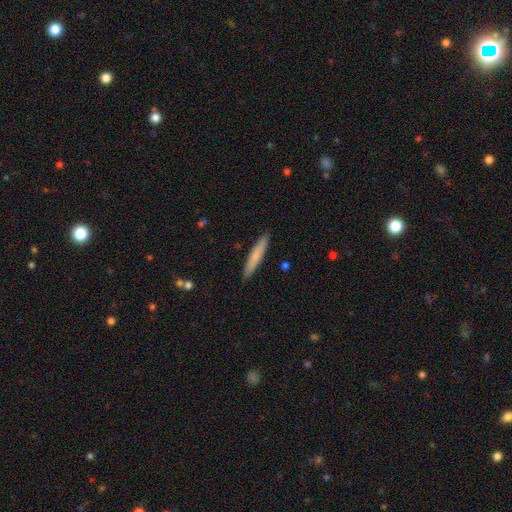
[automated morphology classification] Smooth or featured: smooth — 74% (featured or disk — 21%)
How rounded: cigar-shaped — 94% (in between — 5%)
Merging: none — 91% (minor disturbance — 7%)